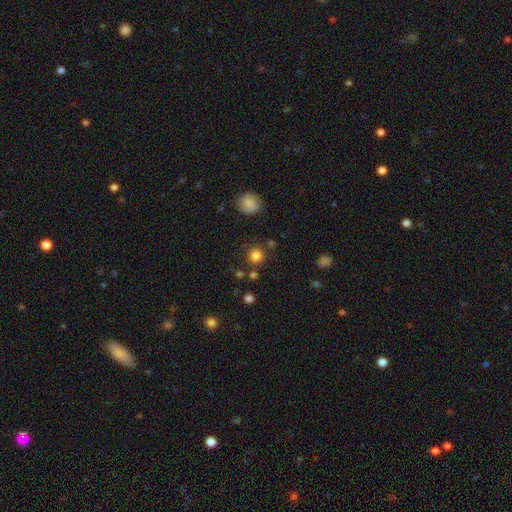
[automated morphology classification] Smooth or featured? smooth (82%)
How rounded? round (94%)
Merging? none (82%)